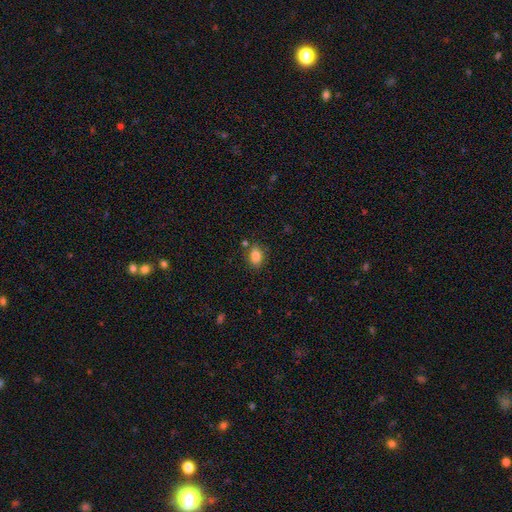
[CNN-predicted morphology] This appears to be a smooth galaxy with no disk features (85%) that is in between round and cigar-shaped (78%). Merging: none (77%).